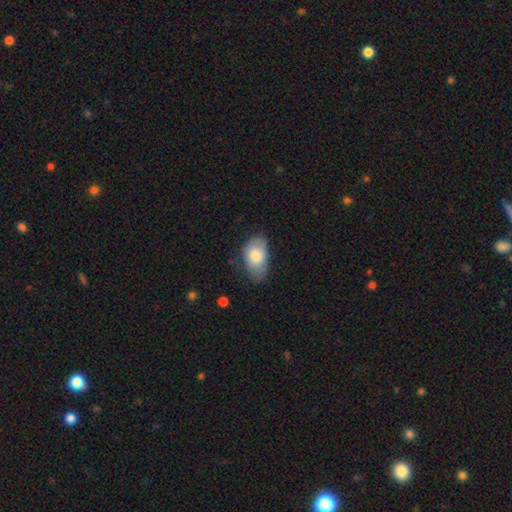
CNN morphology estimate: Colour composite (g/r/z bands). It shows a smooth galaxy with no disk features (77%) that is in between round and cigar-shaped (92%). Merging: none (52%).